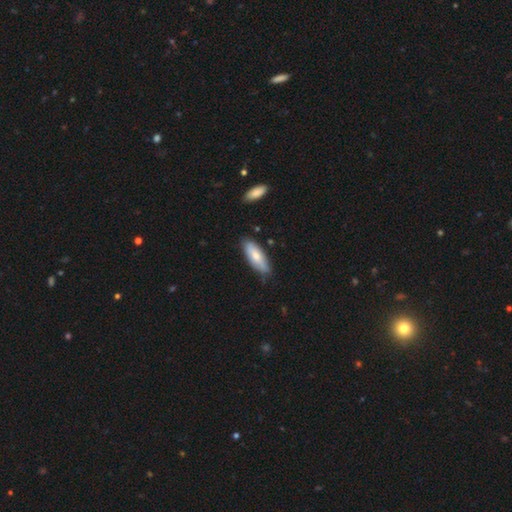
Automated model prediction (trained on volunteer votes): smooth 68%, featured or disk 26%, star or artifact 6%. Down the decision tree: how rounded — in between (66%); merging — none (74%).